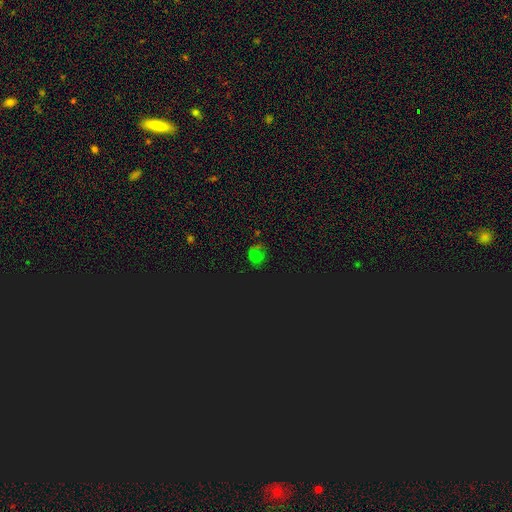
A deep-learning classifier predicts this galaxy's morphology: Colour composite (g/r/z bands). It shows a star or artifact, not a galaxy (54%).